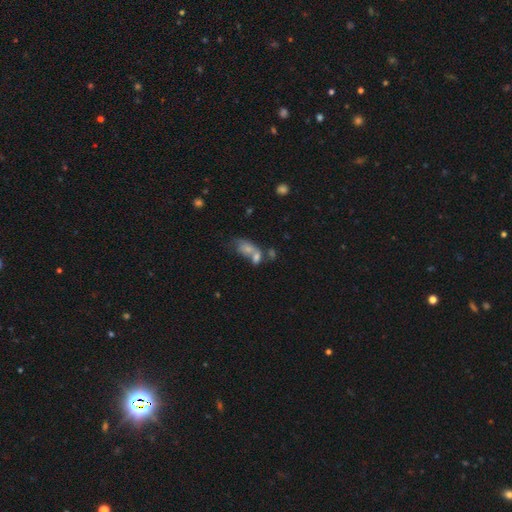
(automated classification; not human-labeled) smooth_or_featured: smooth (p=0.56) [alt: featured or disk p=0.27]
how_rounded: in between (p=0.75) [alt: round p=0.17]
merging: merger (p=0.57) [alt: none p=0.22]